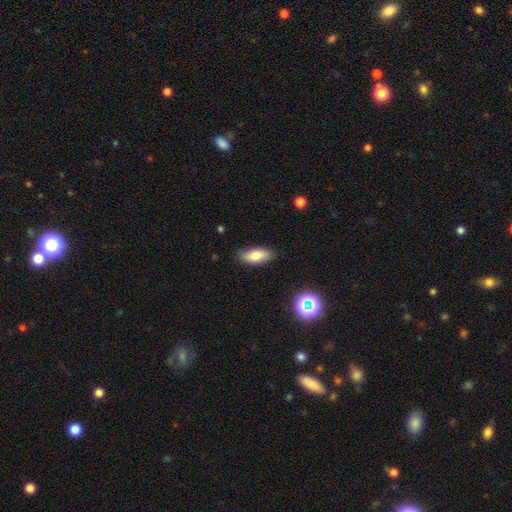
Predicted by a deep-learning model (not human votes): The model was most divided on "smooth or featured": smooth: 79%, featured or disk: 13%, star or artifact: 8%. More confident: merging — none (86%); how rounded — in between (83%).